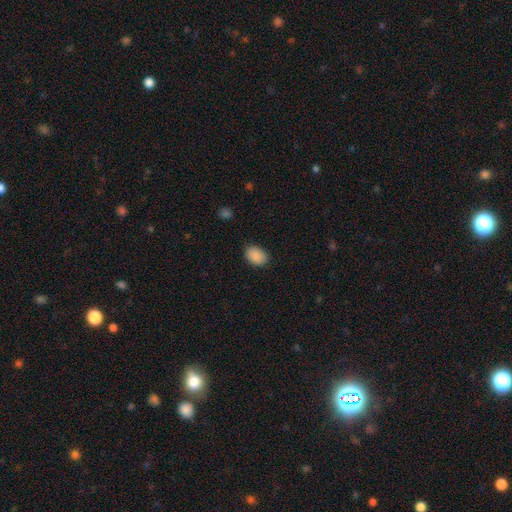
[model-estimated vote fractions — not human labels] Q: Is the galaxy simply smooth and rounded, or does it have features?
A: smooth — 90%.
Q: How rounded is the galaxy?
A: in between — 77%.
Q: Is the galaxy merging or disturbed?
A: none — 85%.